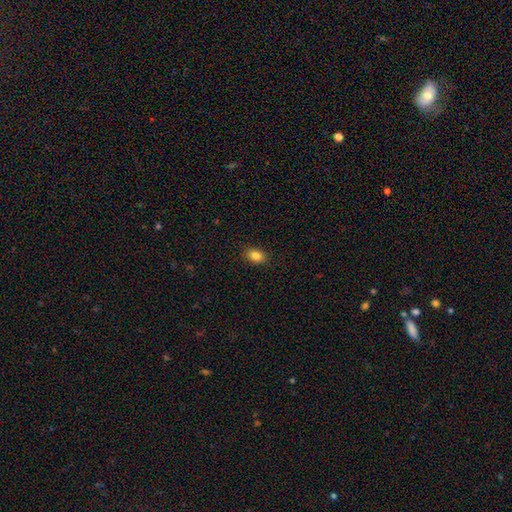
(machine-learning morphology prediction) Smooth or featured? Predicted: smooth (p=0.85). How rounded? Predicted: in between (p=0.79). Merging? Predicted: none (p=0.89).